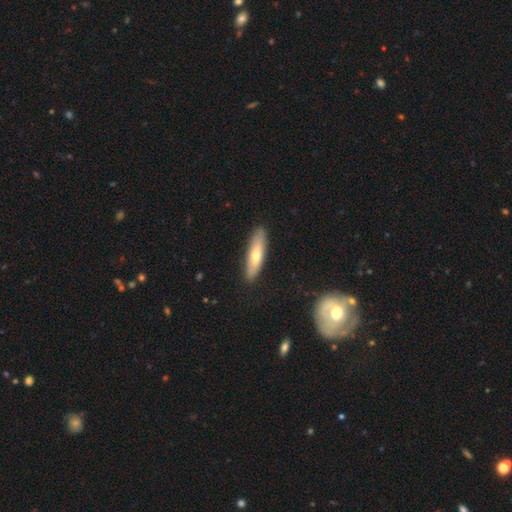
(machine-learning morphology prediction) Overall: smooth (57%; featured or disk 37%). How rounded: cigar-shaped (67%; in between 31%). Merging: none (88%).